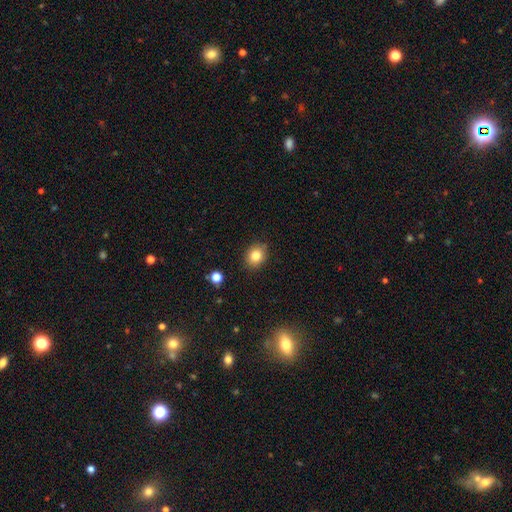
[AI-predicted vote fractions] Overall: smooth (82%). How rounded: round (60%; in between 39%). Merging: none (87%).